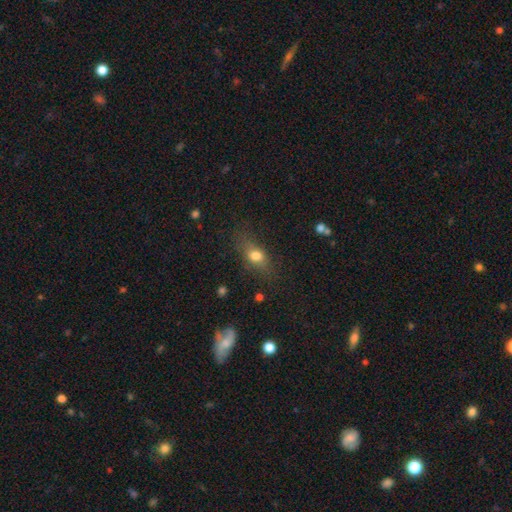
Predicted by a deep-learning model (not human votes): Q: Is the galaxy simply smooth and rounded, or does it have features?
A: smooth — 69%.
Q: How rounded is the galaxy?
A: in between — 64%.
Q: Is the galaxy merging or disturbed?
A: none — 70%.